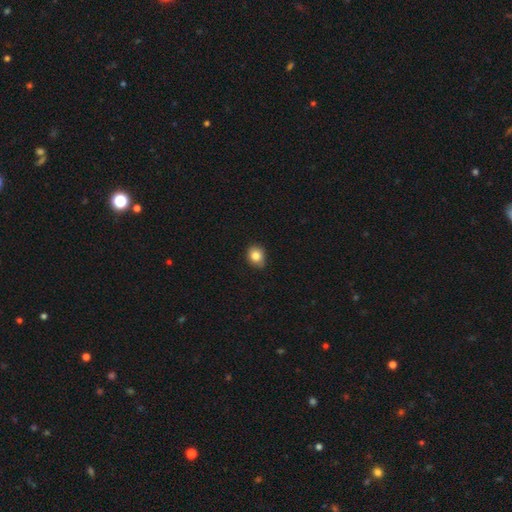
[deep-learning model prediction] smooth_or_featured: smooth (p=0.84) [alt: star or artifact p=0.10]
how_rounded: round (p=0.62) [alt: in between p=0.37]
merging: none (p=0.82) [alt: minor disturbance p=0.14]